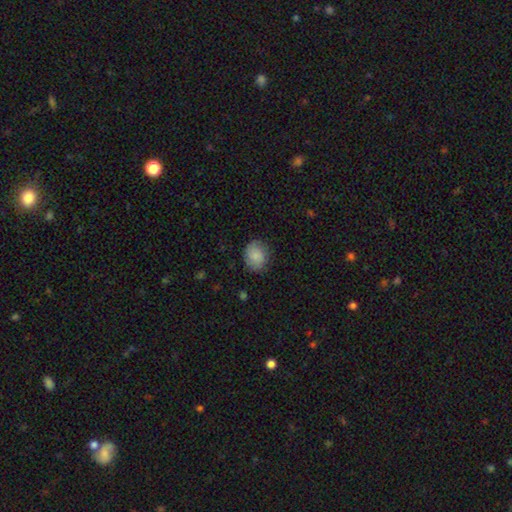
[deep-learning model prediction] smooth-or-featured: smooth: 81% | featured or disk: 12% | star or artifact: 7%
  how-rounded: round: 65% | in between: 34% | cigar-shaped: 1%
  merging: none: 81% | minor disturbance: 14% | major disturbance: 4% | merger: 1%